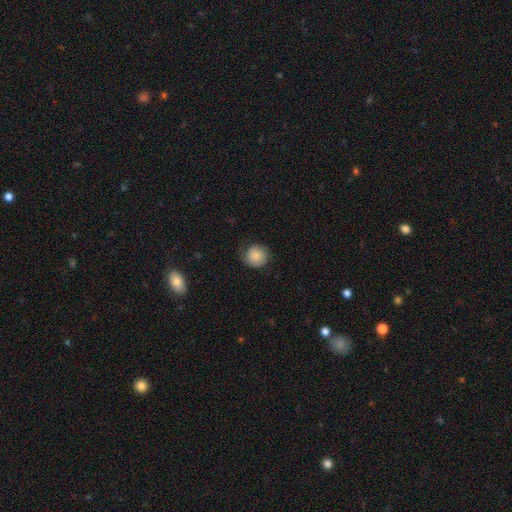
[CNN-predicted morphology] Q: Smooth or featured?
A: smooth (80%); runner-up: featured or disk (12%)
Q: How rounded?
A: round (90%); runner-up: in between (9%)
Q: Merging?
A: none (71%); runner-up: minor disturbance (21%)